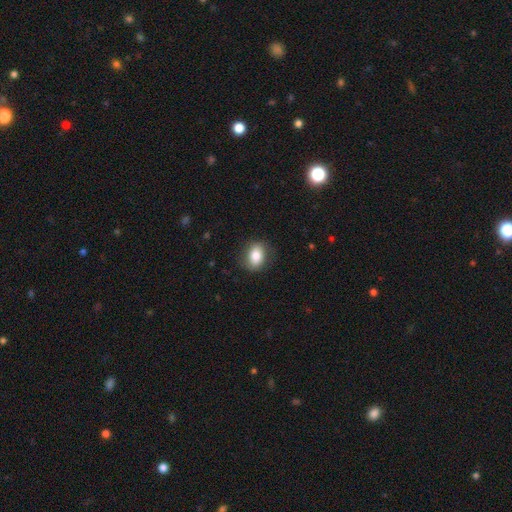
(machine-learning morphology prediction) Smooth or featured: smooth — 79% (featured or disk — 14%)
How rounded: in between — 71% (round — 28%)
Merging: none — 80% (minor disturbance — 14%)